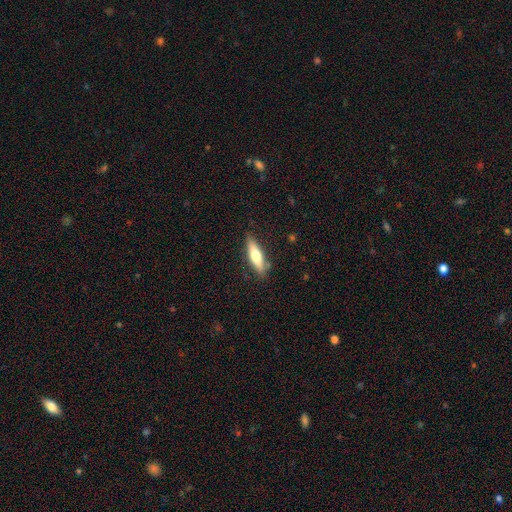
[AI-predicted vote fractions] Smooth or featured? smooth (60%)
How rounded? cigar-shaped (65%)
Merging? none (83%)